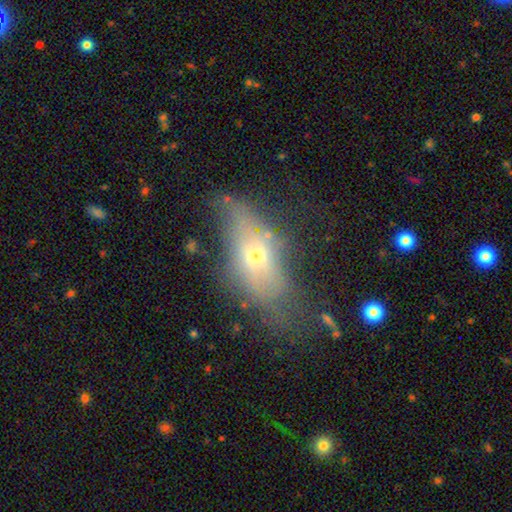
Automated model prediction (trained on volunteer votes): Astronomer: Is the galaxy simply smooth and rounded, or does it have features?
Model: smooth — 44% (runner-up: featured or disk, 43%).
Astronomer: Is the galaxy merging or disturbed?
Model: none — 36% (runner-up: major disturbance, 30%).